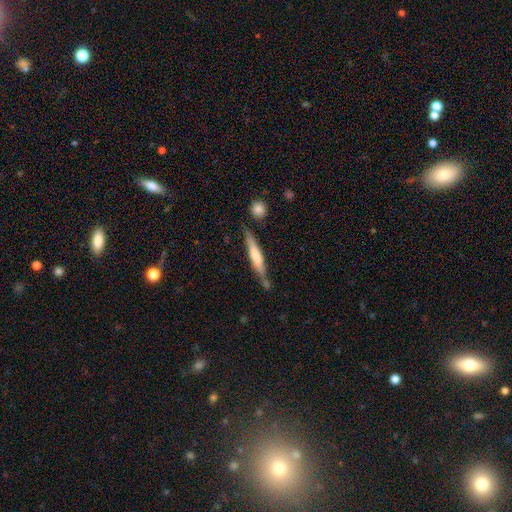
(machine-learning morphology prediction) Q: Smooth or featured?
A: smooth (55%); runner-up: featured or disk (40%)
Q: How rounded?
A: cigar-shaped (90%); runner-up: in between (8%)
Q: Merging?
A: none (70%); runner-up: minor disturbance (19%)